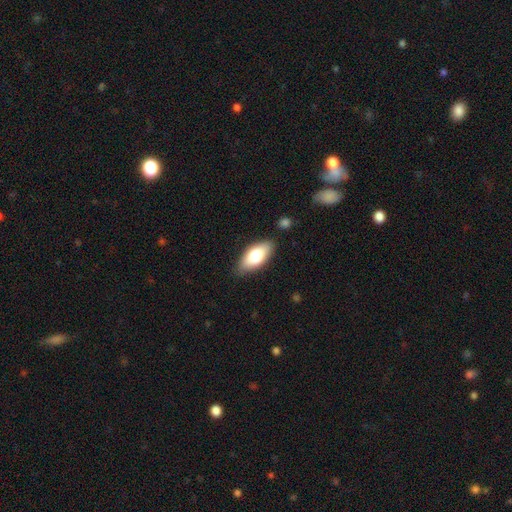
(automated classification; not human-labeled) A smooth galaxy with no disk features (74%) that is in between round and cigar-shaped (87%). Merging: none (84%).